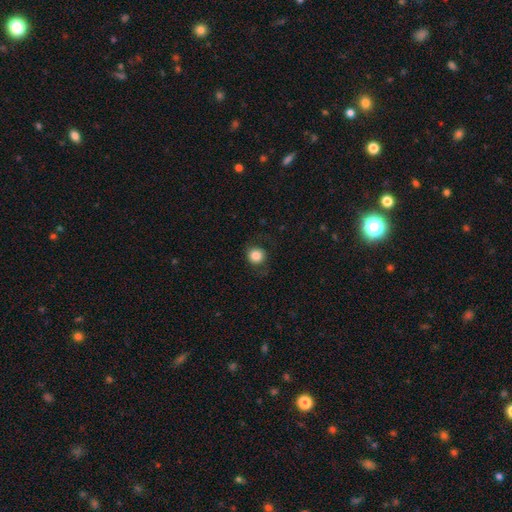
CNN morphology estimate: A smooth galaxy with no disk features (84%) that is round (90%). Merging: none (82%).